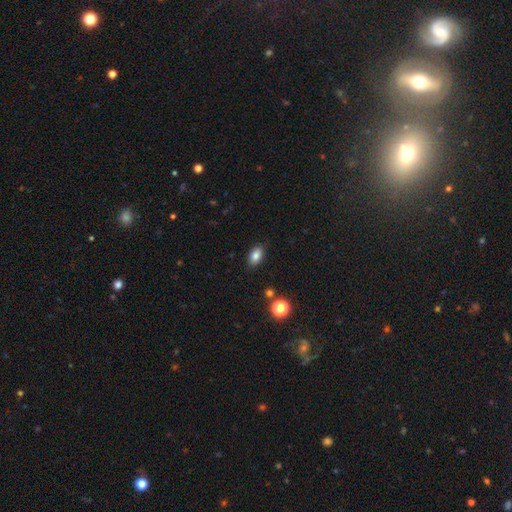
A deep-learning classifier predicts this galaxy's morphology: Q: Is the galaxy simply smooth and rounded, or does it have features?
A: smooth — 82%.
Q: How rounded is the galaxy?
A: in between — 89%.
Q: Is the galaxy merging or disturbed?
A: none — 87%.